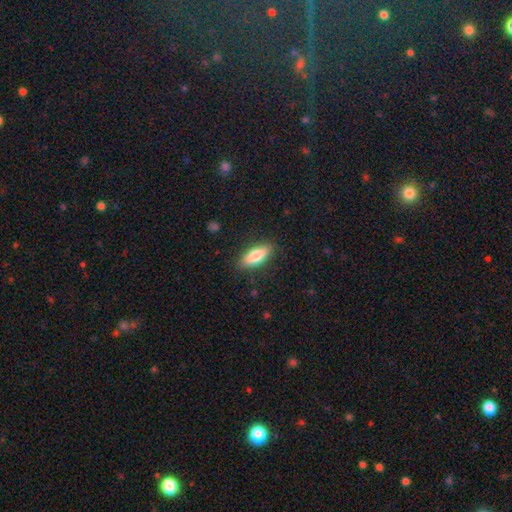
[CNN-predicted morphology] Smooth or featured? smooth (79%)
How rounded? in between (67%)
Merging? none (86%)